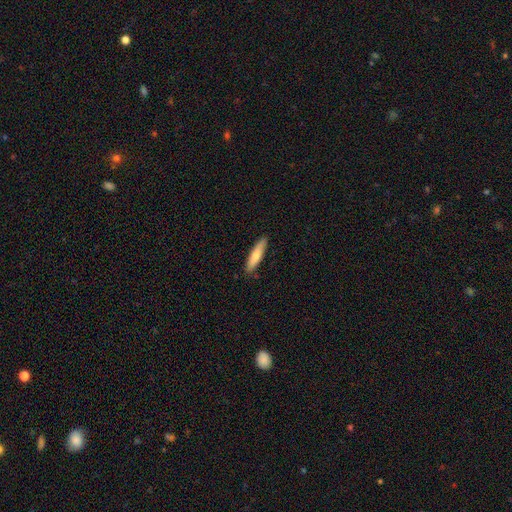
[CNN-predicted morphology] type=smooth (72%); roundness=cigar-shaped (79%); merging=none (88%).